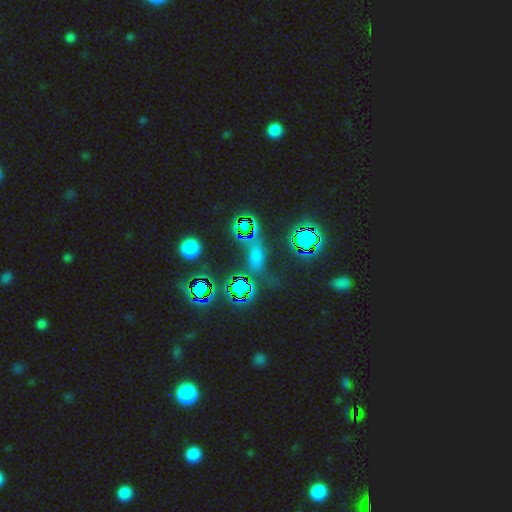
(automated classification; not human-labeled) This is possibly a star or artifact rather than a galaxy (56%).